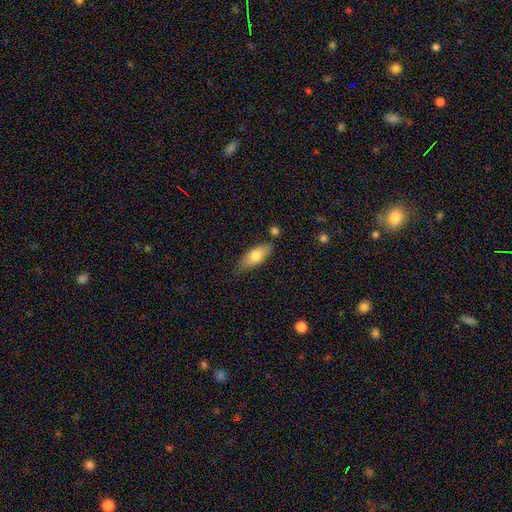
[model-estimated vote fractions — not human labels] This is likely a smooth galaxy (71%). How rounded: likely in between (78%). Merging: likely none (75%).